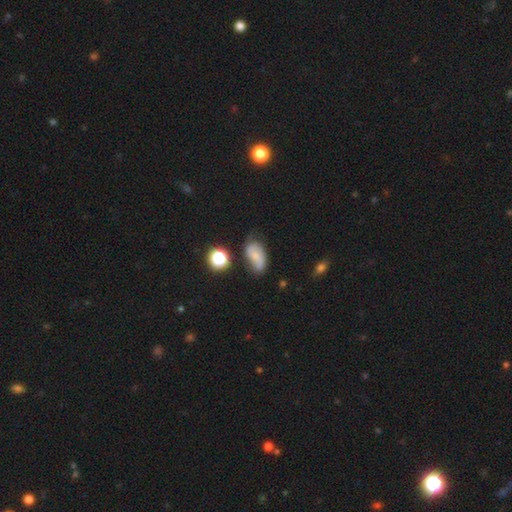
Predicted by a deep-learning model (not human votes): A smooth galaxy with no disk features (51%) that is in between round and cigar-shaped (86%).

Vote fractions:
- Smooth or featured? smooth: 51% / featured or disk: 37% / star or artifact: 12%
- How rounded? in between: 86% / round: 11% / cigar-shaped: 3%
- Merging? none: 50% / minor disturbance: 30% / major disturbance: 13% / merger: 7%